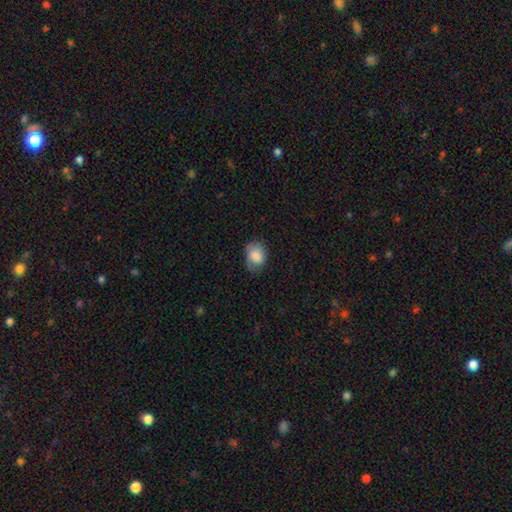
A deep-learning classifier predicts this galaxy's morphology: smooth-or-featured: smooth: 76% | featured or disk: 16% | star or artifact: 7%
  how-rounded: in between: 66% | round: 33% | cigar-shaped: 1%
  merging: none: 62% | minor disturbance: 28% | major disturbance: 10% | merger: 1%